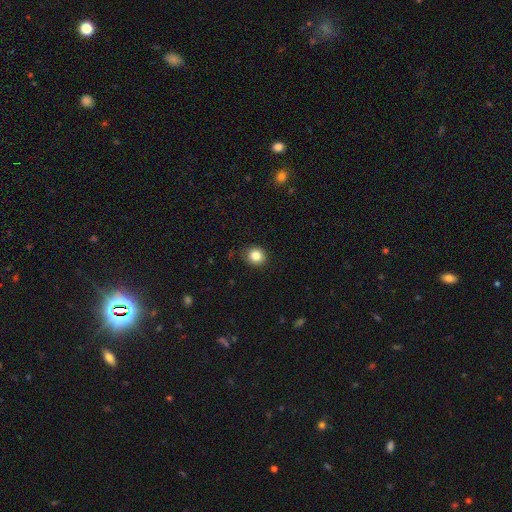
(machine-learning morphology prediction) This appears to be a smooth galaxy with no disk features (85%) that is round (85%). Merging: none (87%).